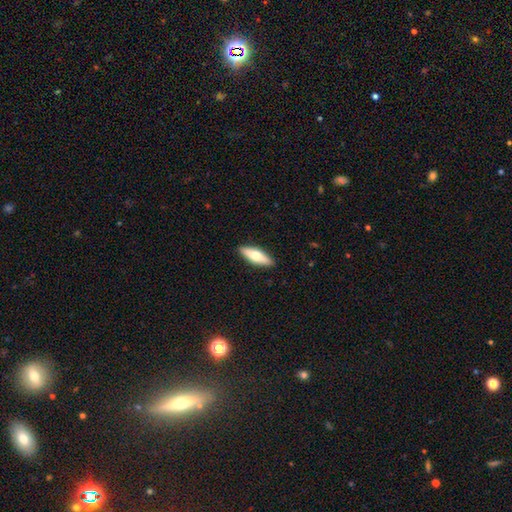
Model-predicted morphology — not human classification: A smooth galaxy with no disk features (58%) that is in between round and cigar-shaped (56%). Merging: none (90%).